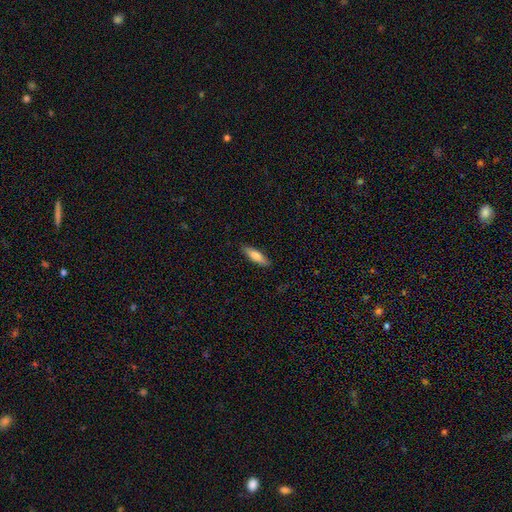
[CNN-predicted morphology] A smooth galaxy with no disk features (72%) that is cigar-shaped (63%). Merging: none (88%).